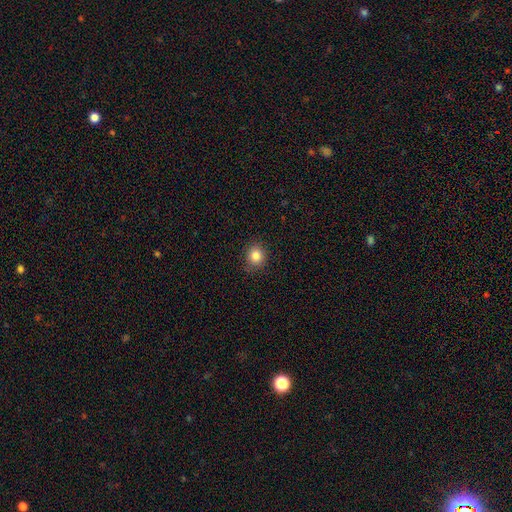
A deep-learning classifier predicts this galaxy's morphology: Smooth or featured: smooth — 84% (star or artifact — 11%)
How rounded: round — 78% (in between — 21%)
Merging: none — 88% (minor disturbance — 9%)